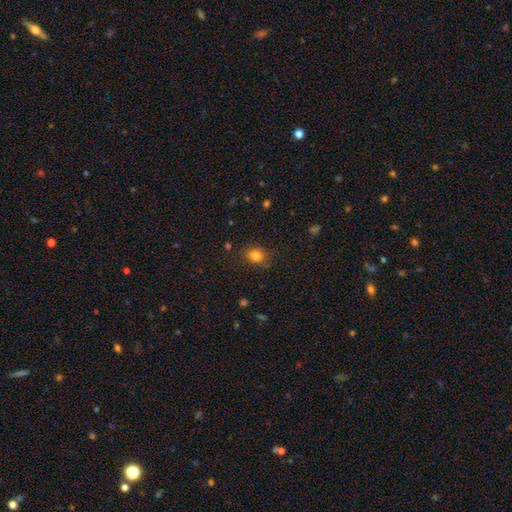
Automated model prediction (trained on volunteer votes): Smooth or featured?
  - smooth: 82% *
  - star or artifact: 12%
  - featured or disk: 6%
How rounded?
  - in between: 57% *
  - round: 42%
  - cigar-shaped: 1%
Merging?
  - none: 81% *
  - minor disturbance: 13%
  - major disturbance: 4%
  - merger: 1%